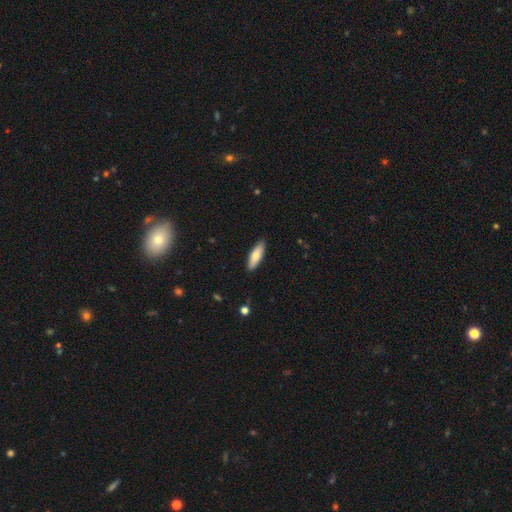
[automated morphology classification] A smooth galaxy with no disk features (77%) that is in between round and cigar-shaped (50%). Merging: none (89%).